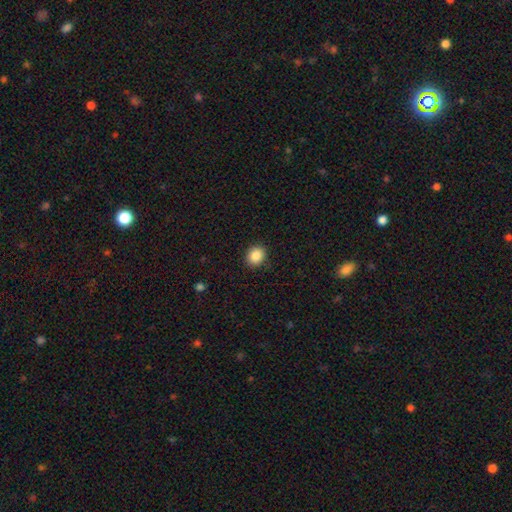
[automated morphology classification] This appears to be a smooth galaxy with no disk features (87%) that is round (67%). Merging: none (90%).